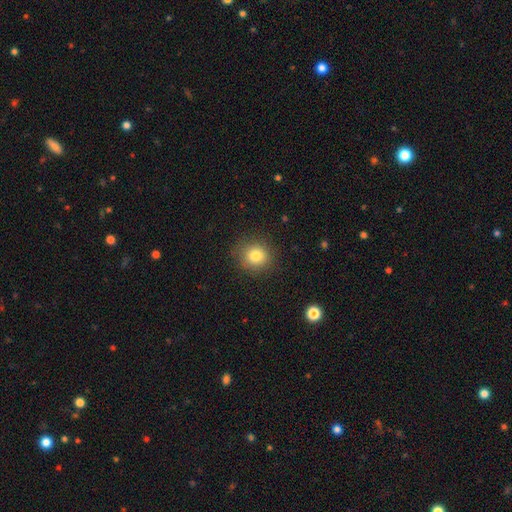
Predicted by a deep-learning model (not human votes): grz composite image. It shows a smooth galaxy with no disk features (81%) that is round (86%). Merging: none (87%).